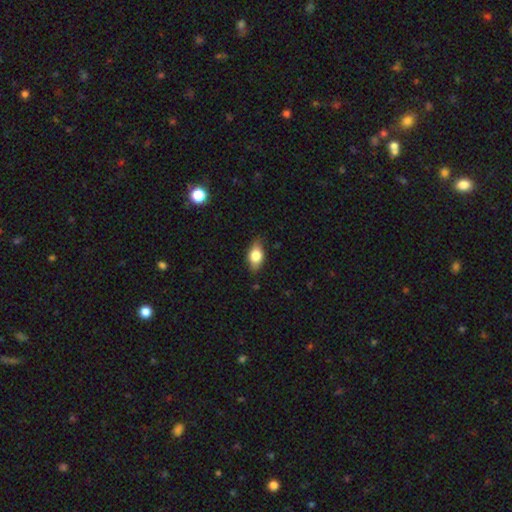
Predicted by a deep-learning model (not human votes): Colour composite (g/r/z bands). It shows a smooth galaxy with no disk features (75%) that is in between round and cigar-shaped (88%). Merging: none (81%).